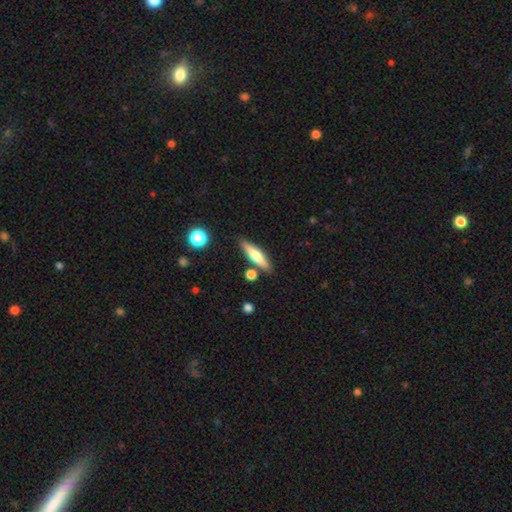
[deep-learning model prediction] A smooth galaxy with no disk features (53%) that is cigar-shaped (77%).

Vote fractions:
- Smooth or featured? smooth: 53% / featured or disk: 40% / star or artifact: 7%
- How rounded? cigar-shaped: 77% / in between: 21% / round: 2%
- Merging? none: 83% / minor disturbance: 9% / merger: 6% / major disturbance: 2%